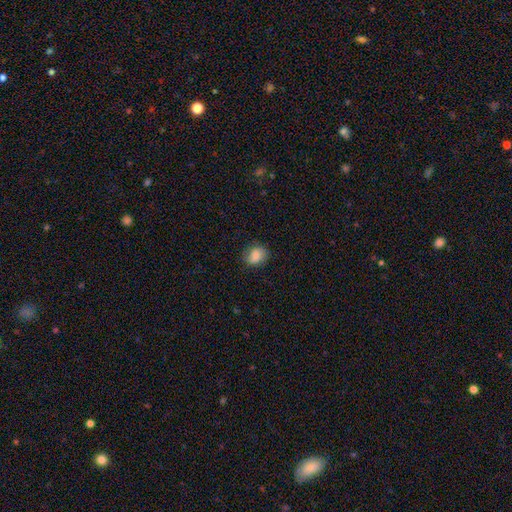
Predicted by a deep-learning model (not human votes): smooth-or-featured: smooth: 83% | star or artifact: 9% | featured or disk: 9%
  how-rounded: round: 54% | in between: 44% | cigar-shaped: 1%
  merging: none: 79% | minor disturbance: 16% | major disturbance: 4% | merger: 1%